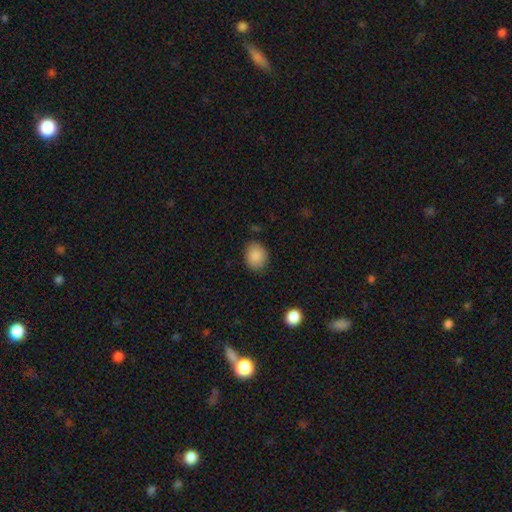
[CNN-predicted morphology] Smooth or featured: smooth — 88% (star or artifact — 8%)
How rounded: round — 57% (in between — 43%)
Merging: none — 81% (minor disturbance — 14%)